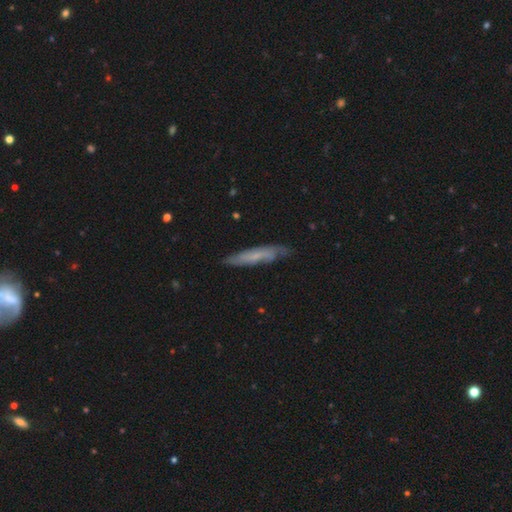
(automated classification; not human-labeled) Smooth or featured: smooth — 47% (featured or disk — 46%)
Merging: none — 78% (minor disturbance — 17%)